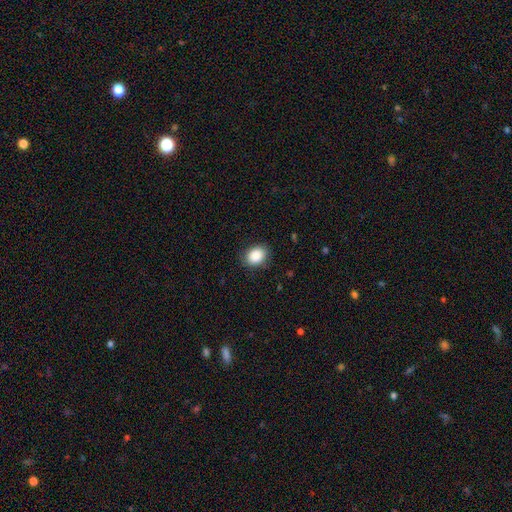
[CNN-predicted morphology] This appears to be a smooth galaxy with no disk features (89%) that is in between round and cigar-shaped (59%). Merging: none (86%).